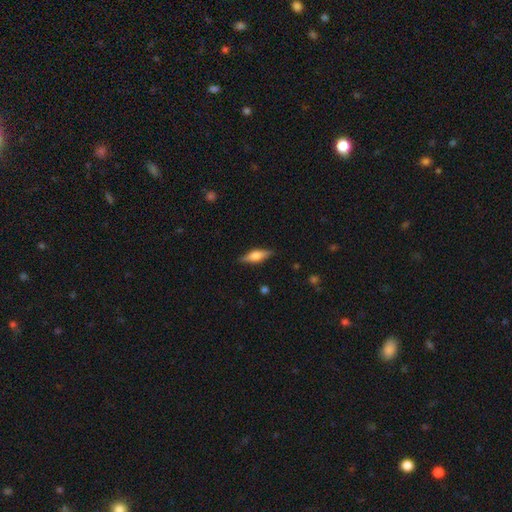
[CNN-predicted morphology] A smooth galaxy with no disk features (50%) that is cigar-shaped (50%).

Vote fractions:
- Smooth or featured? smooth: 50% / featured or disk: 43% / star or artifact: 7%
- How rounded? cigar-shaped: 50% / in between: 47% / round: 3%
- Merging? none: 86% / minor disturbance: 11% / major disturbance: 2% / merger: 1%